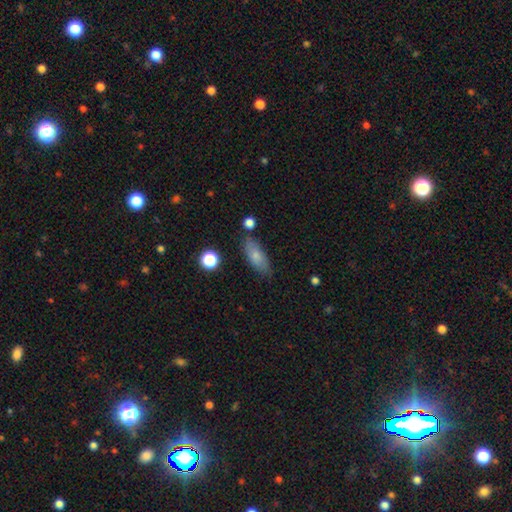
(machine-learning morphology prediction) Smooth or featured? smooth (74%)
How rounded? in between (77%)
Merging? none (75%)